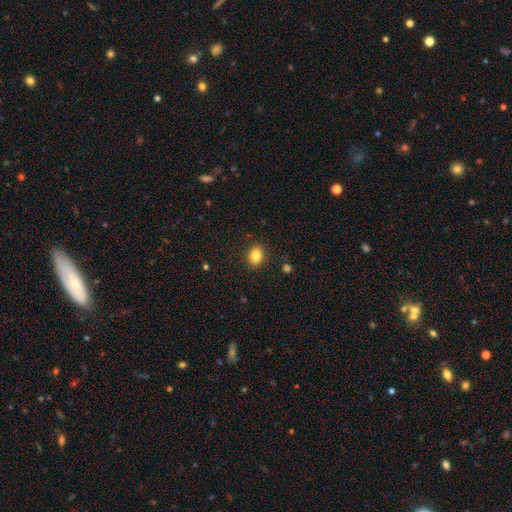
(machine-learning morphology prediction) A smooth galaxy with no disk features (85%) that is in between round and cigar-shaped (62%). Merging: none (88%).